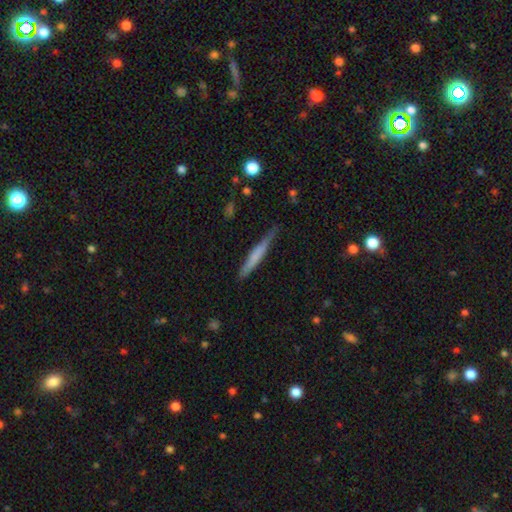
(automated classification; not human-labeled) A smooth galaxy with no disk features (55%) that is cigar-shaped (95%).

Vote fractions:
- Smooth or featured? smooth: 55% / featured or disk: 39% / star or artifact: 6%
- How rounded? cigar-shaped: 95% / in between: 4% / round: 2%
- Merging? none: 79% / minor disturbance: 16% / major disturbance: 3% / merger: 2%